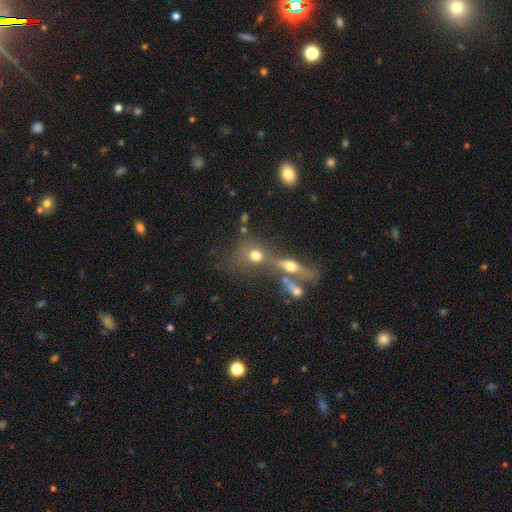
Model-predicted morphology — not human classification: This appears to be a smooth galaxy with no disk features (65%) that is round (62%). Merging: merger (46%).